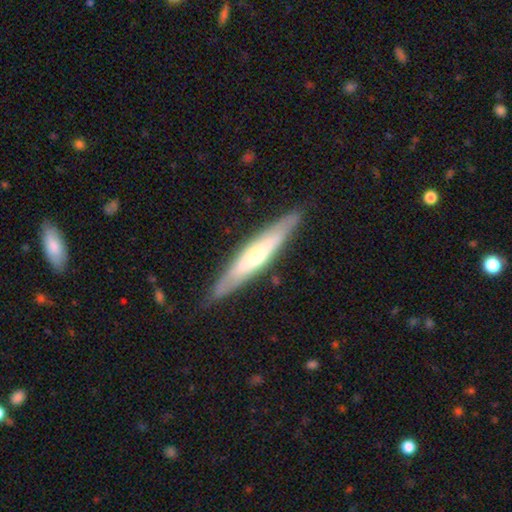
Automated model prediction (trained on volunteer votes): Q: Smooth or featured?
A: featured or disk (56%); runner-up: smooth (39%)
Q: Edge-on disk?
A: yes (85%); runner-up: no (15%)
Q: Merging?
A: none (87%); runner-up: minor disturbance (10%)